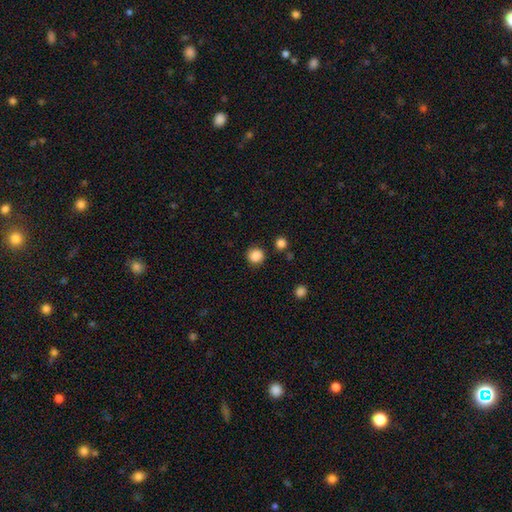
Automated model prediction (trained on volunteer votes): smooth 87%, star or artifact 10%, featured or disk 3%. Down the decision tree: how rounded — round (90%); merging — none (86%).